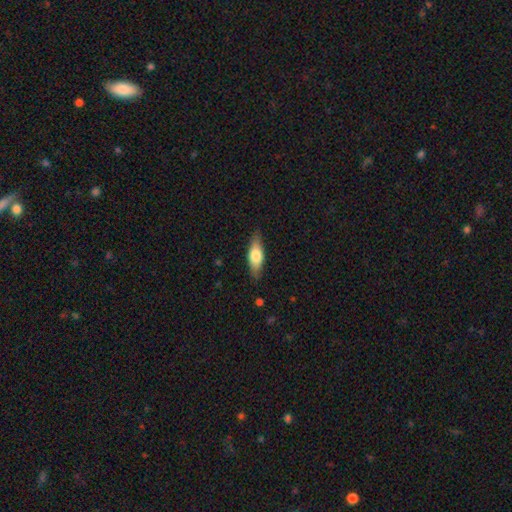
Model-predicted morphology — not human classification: type=smooth (65%); roundness=in between (65%); merging=none (83%).